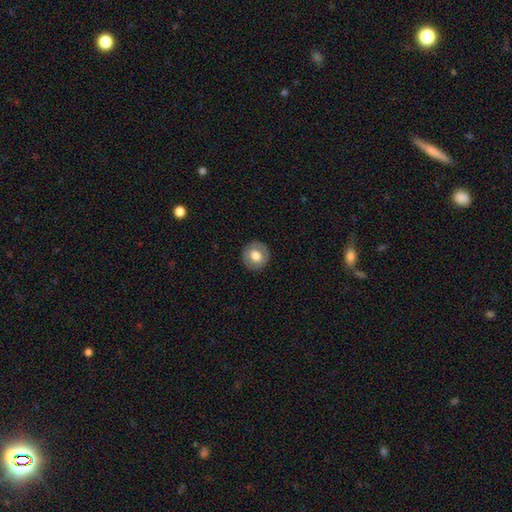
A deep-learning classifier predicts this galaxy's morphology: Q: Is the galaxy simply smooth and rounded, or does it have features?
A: smooth — 69%.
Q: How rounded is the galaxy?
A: round — 88%.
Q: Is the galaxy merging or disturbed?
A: none — 89%.